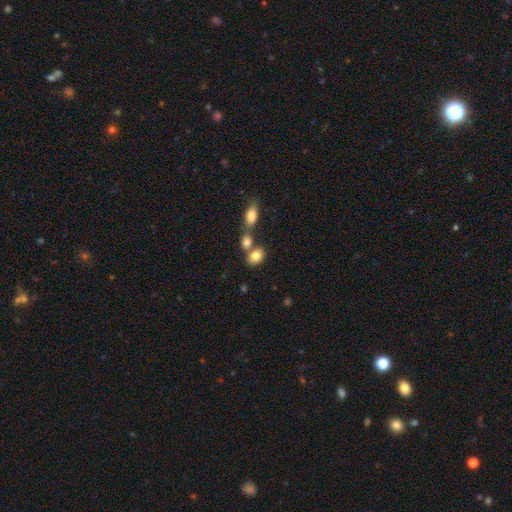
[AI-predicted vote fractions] Overall: smooth (82%). How rounded: in between (80%). Merging: none (47%; merger 40%).